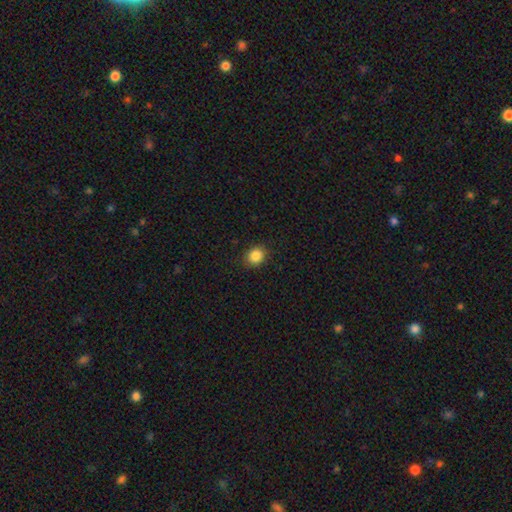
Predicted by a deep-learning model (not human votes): Morphology: type=smooth (86%); roundness=round (68%); merging=none (89%).